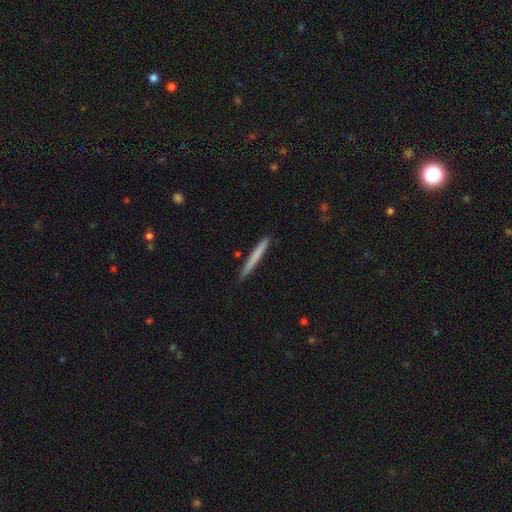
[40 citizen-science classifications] Volunteers were most divided on "smooth or featured": smooth: 68%, featured or disk: 30%, star or artifact: 2%. More confident: how rounded — cigar-shaped (100%); merging — none (90%).